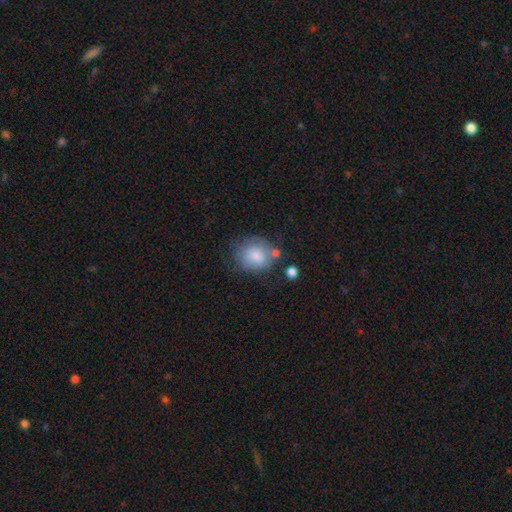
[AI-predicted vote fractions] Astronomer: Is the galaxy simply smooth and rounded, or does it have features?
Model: smooth — 75%.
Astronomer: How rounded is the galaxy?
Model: round — 70%.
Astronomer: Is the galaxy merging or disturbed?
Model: none — 56%.